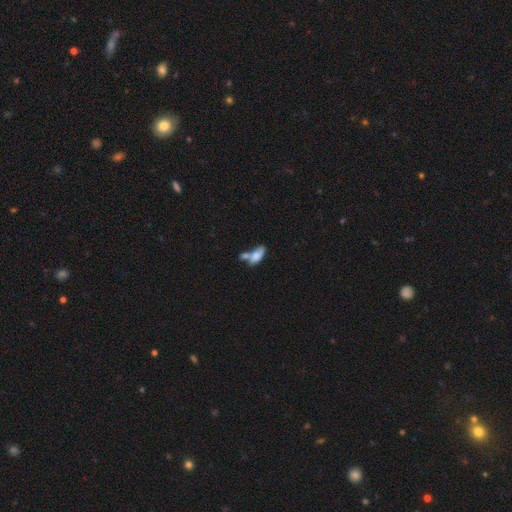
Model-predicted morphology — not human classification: This appears to be a smooth galaxy with no disk features (74%) that is in between round and cigar-shaped (85%). Merging: merger (51%).